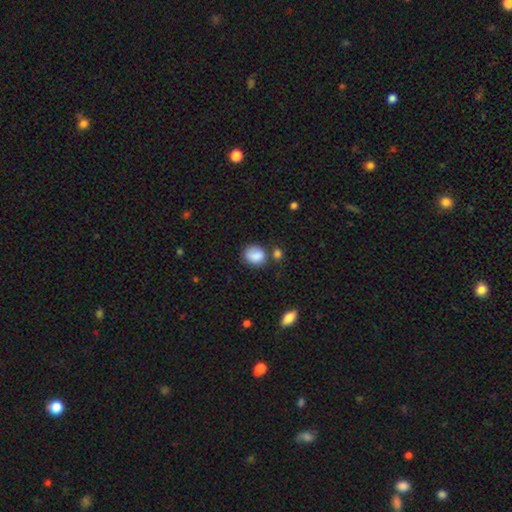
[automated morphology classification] The model was most divided on "how rounded": round: 57%, in between: 42%, cigar-shaped: 1%. More confident: smooth or featured — smooth (84%); merging — none (60%).